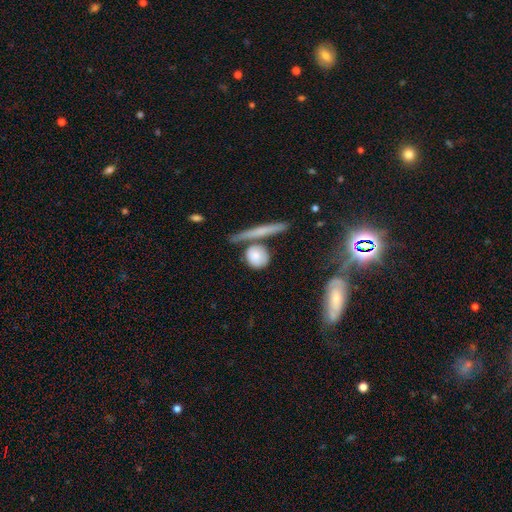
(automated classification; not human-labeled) A smooth galaxy with no disk features (77%) that is round (69%).

Vote fractions:
- Smooth or featured? smooth: 77% / featured or disk: 17% / star or artifact: 7%
- How rounded? round: 69% / in between: 17% / cigar-shaped: 14%
- Merging? none: 61% / merger: 17% / minor disturbance: 15% / major disturbance: 7%